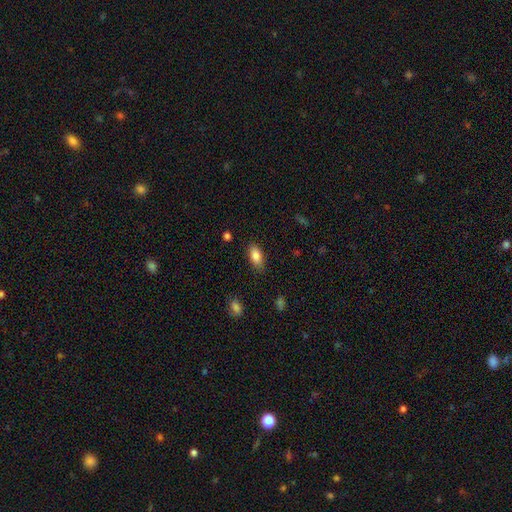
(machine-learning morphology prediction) A smooth galaxy with no disk features (85%) that is in between round and cigar-shaped (89%). Merging: none (83%).